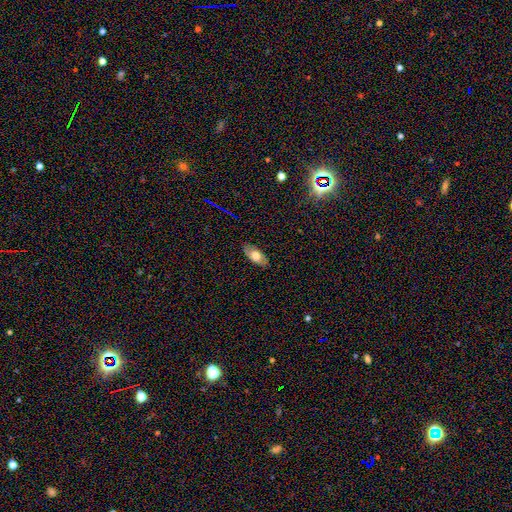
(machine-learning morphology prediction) This appears to be a smooth galaxy with no disk features (65%) that is in between round and cigar-shaped (90%). Merging: none (84%).